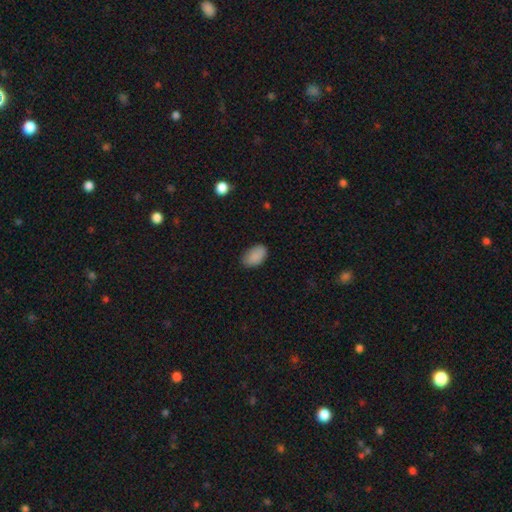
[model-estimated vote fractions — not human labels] Q: Smooth or featured?
A: smooth (88%); runner-up: star or artifact (7%)
Q: How rounded?
A: in between (93%); runner-up: round (6%)
Q: Merging?
A: none (81%); runner-up: minor disturbance (15%)